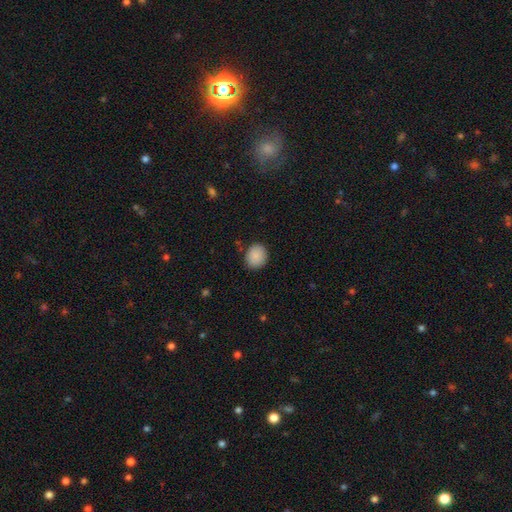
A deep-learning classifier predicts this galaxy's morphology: smooth-or-featured: smooth: 88% | star or artifact: 8% | featured or disk: 5%
  how-rounded: round: 72% | in between: 27% | cigar-shaped: 1%
  merging: none: 87% | minor disturbance: 10% | major disturbance: 2% | merger: 1%